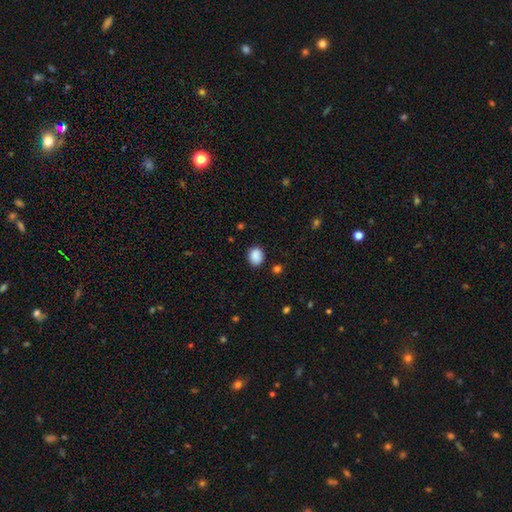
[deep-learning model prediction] Smooth or featured?
  - smooth: 88% *
  - star or artifact: 9%
  - featured or disk: 3%
How rounded?
  - round: 57% *
  - in between: 42%
  - cigar-shaped: 1%
Merging?
  - none: 82% *
  - minor disturbance: 13%
  - major disturbance: 3%
  - merger: 2%